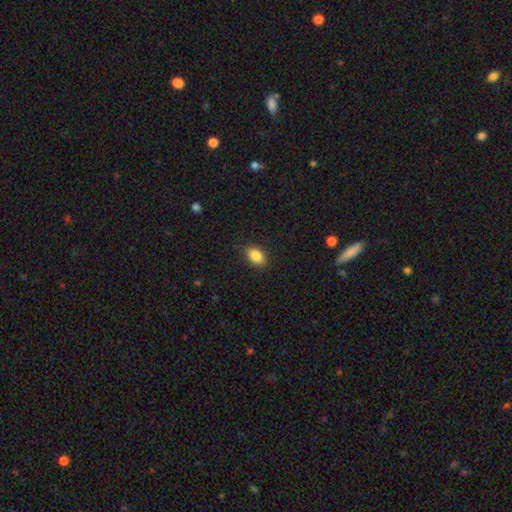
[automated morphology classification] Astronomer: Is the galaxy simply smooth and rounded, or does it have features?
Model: smooth — 87%.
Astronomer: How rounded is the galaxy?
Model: in between — 88%.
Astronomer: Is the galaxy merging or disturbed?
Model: none — 87%.